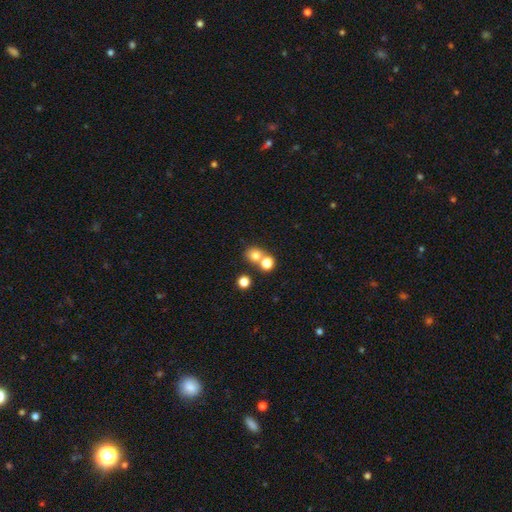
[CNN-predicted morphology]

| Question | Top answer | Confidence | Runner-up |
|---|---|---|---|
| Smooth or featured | smooth | 74% | star or artifact (15%) |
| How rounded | round | 78% | in between (21%) |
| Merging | none | 49% | merger (41%) |